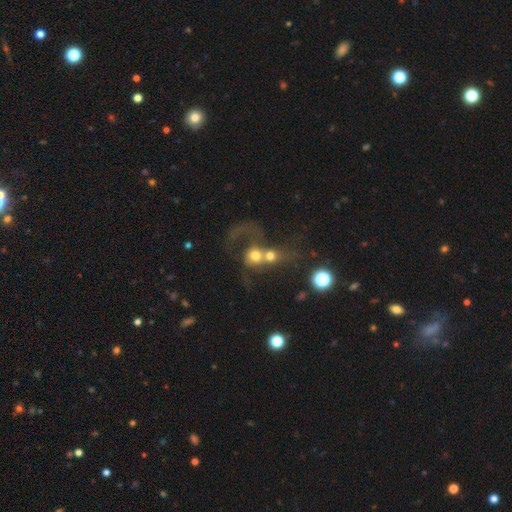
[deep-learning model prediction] smooth-or-featured: smooth: 51% | featured or disk: 36% | star or artifact: 13%
  how-rounded: round: 74% | in between: 24% | cigar-shaped: 2%
  merging: merger: 78% | major disturbance: 11% | none: 8% | minor disturbance: 3%